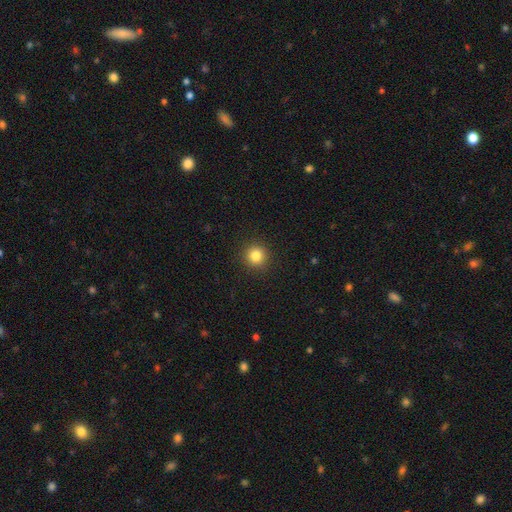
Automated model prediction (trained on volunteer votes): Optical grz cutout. It shows a smooth galaxy with no disk features (82%) that is round (95%). Merging: none (92%).